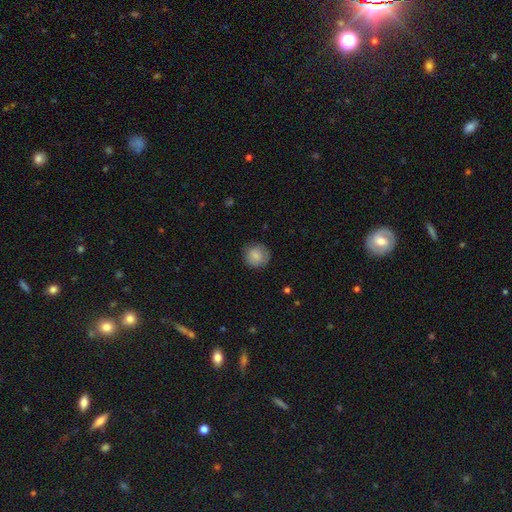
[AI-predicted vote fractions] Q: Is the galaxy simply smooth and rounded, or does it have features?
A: smooth — 82%.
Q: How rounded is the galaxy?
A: round — 92%.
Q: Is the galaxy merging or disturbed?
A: none — 83%.